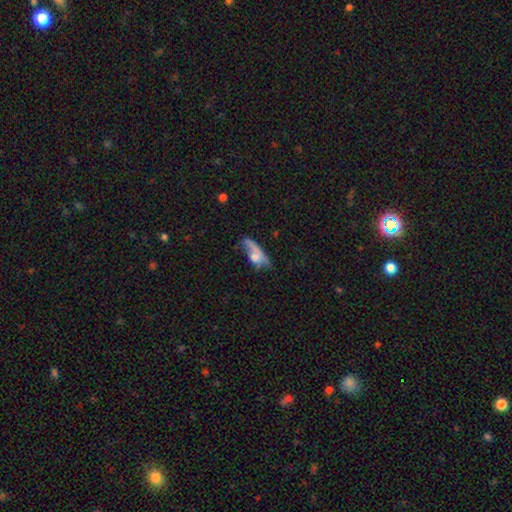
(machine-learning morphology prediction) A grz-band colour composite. It shows a smooth galaxy with no disk features (49%). Merging: major disturbance (38%).